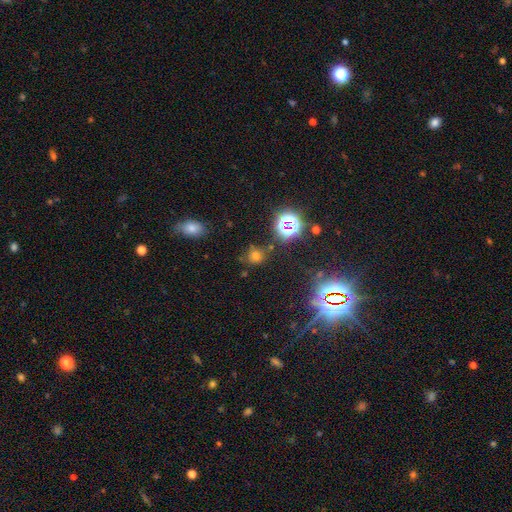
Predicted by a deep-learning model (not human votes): Morphology: type=smooth (51%); roundness=round (81%); merging=none (76%).